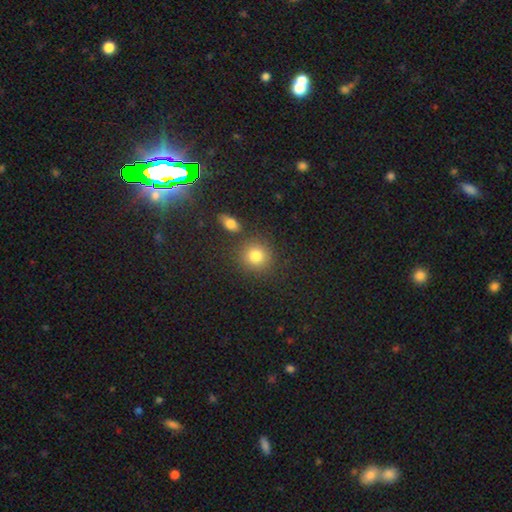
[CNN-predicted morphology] Smooth or featured: smooth — 80% (star or artifact — 12%)
How rounded: round — 87% (in between — 12%)
Merging: none — 79% (minor disturbance — 9%)